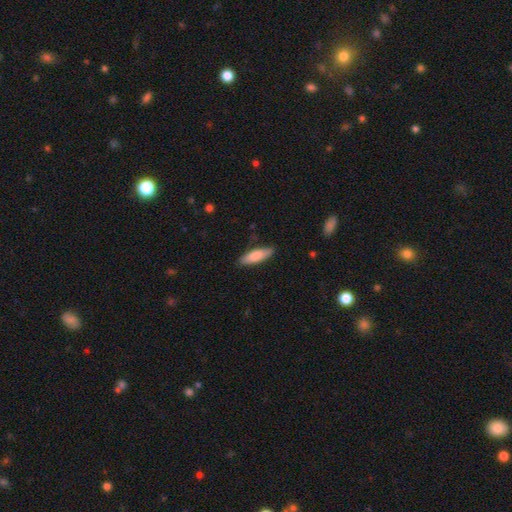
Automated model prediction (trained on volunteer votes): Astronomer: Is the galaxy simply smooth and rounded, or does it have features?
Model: smooth — 79%.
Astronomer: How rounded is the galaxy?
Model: cigar-shaped — 51% (runner-up: in between, 47%).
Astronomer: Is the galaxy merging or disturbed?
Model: none — 83%.